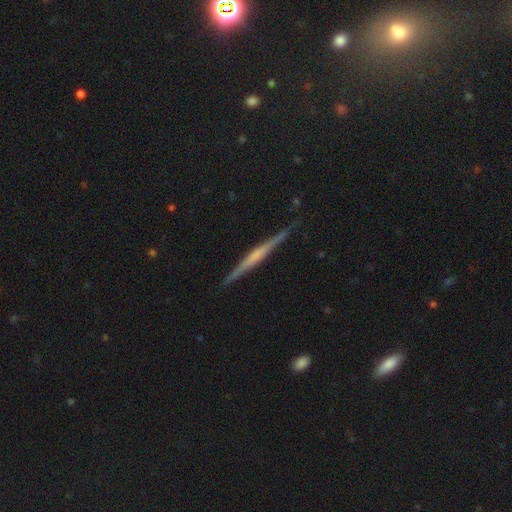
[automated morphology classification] featured or disk 72%, smooth 22%, star or artifact 5%. Down the decision tree: edge-on disk — yes (98%); edge-on bulge — none (42%); merging — none (90%).